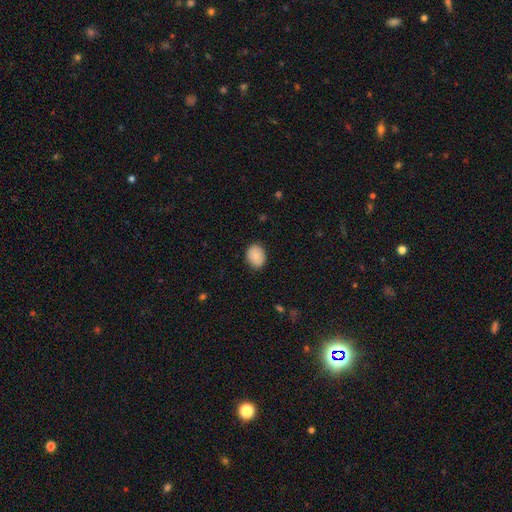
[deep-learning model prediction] smooth 79%, featured or disk 13%, star or artifact 7%. Down the decision tree: how rounded — in between (52%); merging — none (86%).